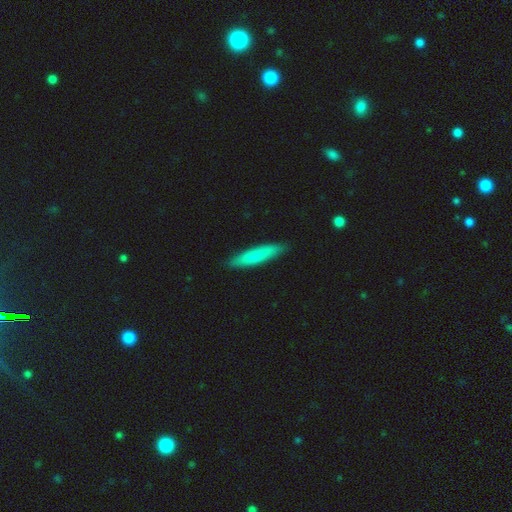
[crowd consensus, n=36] Volunteers were most divided on "smooth or featured": smooth: 75%, featured or disk: 22%, star or artifact: 3%. More confident: merging — none (97%); how rounded — cigar-shaped (81%).